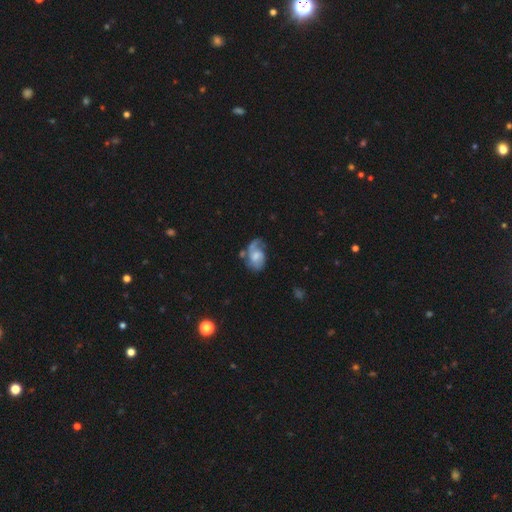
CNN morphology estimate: smooth-or-featured: featured or disk: 67% | smooth: 26% | star or artifact: 7%
  disk-edge-on: no: 97% | yes: 3%
    bar: no: 55% | weak: 39% | strong: 7%
    has-spiral-arms: yes: 89% | no: 11%
      spiral-winding: medium: 45% | loose: 29% | tight: 27%
      spiral-arm-count: 2: 57% | 1: 27% | can't tell: 11% | 3: 3% | 4: 1% | more than 4: 1%
    bulge-size: moderate: 41% | small: 28% | none: 16% | large: 13% | dominant: 2%
  merging: none: 46% | minor disturbance: 26% | major disturbance: 20% | merger: 7%